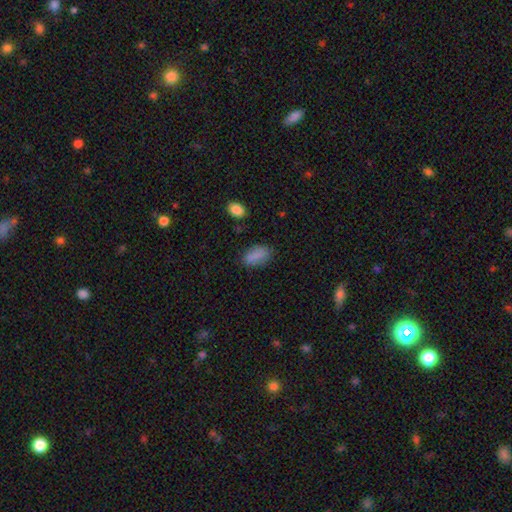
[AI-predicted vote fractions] Overall: smooth (86%). How rounded: in between (92%). Merging: none (77%).